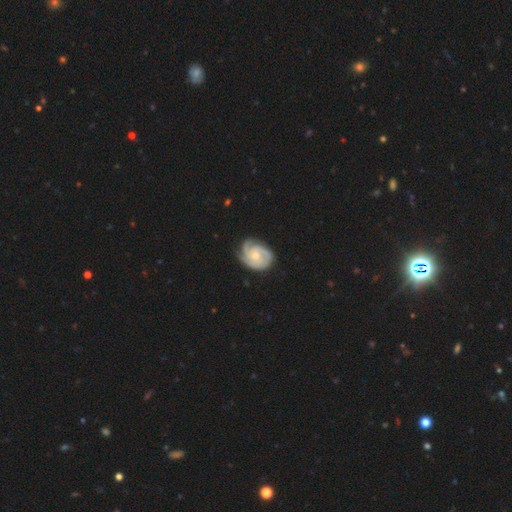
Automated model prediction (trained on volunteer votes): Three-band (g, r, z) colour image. It shows a featured or disk galaxy (86%) with no bar (74%), 3 (55%) tight (66%) spiral arms (98%) and a moderate central bulge (49%). Merging: none (74%).